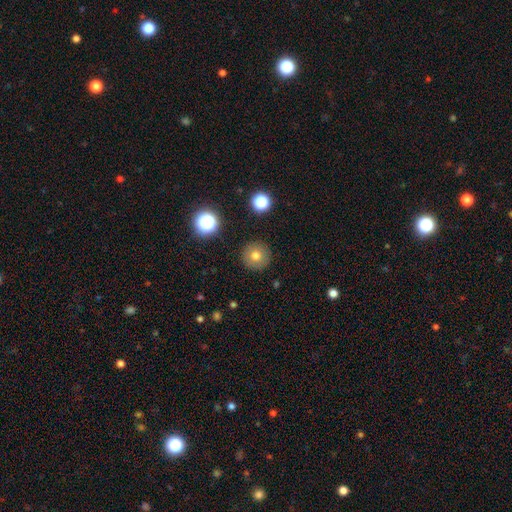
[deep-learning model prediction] Smooth or featured? Predicted: smooth (p=0.75). How rounded? Predicted: round (p=0.96). Merging? Predicted: none (p=0.90).